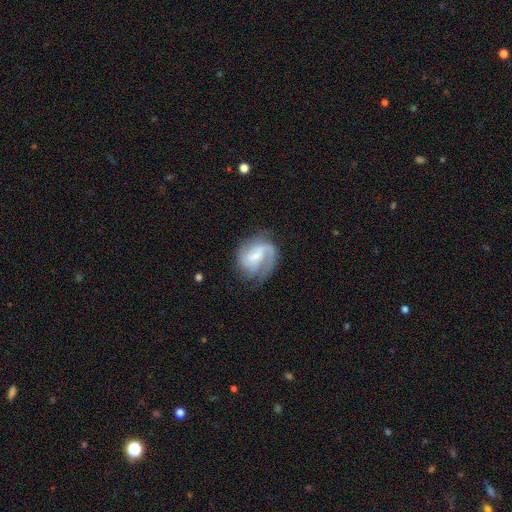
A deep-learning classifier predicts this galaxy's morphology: smooth_or_featured: featured or disk (p=0.81) [alt: smooth p=0.13]
disk_edge_on: no (p=0.98) [alt: yes p=0.02]
bar: weak (p=0.46) [alt: no p=0.38]
has_spiral_arms: yes (p=0.95) [alt: no p=0.05]
spiral_winding: medium (p=0.46) [alt: tight p=0.31]
spiral_arm_count: 2 (p=0.46) [alt: 1 p=0.25]
bulge_size: small (p=0.65) [alt: moderate p=0.26]
merging: none (p=0.62) [alt: minor disturbance p=0.21]